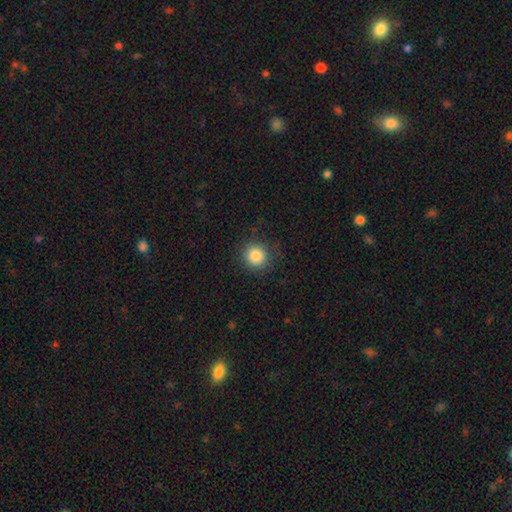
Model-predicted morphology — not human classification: smooth-or-featured: smooth: 85% | star or artifact: 10% | featured or disk: 4%
  how-rounded: round: 92% | in between: 7% | cigar-shaped: 1%
  merging: none: 88% | minor disturbance: 8% | major disturbance: 3% | merger: 1%